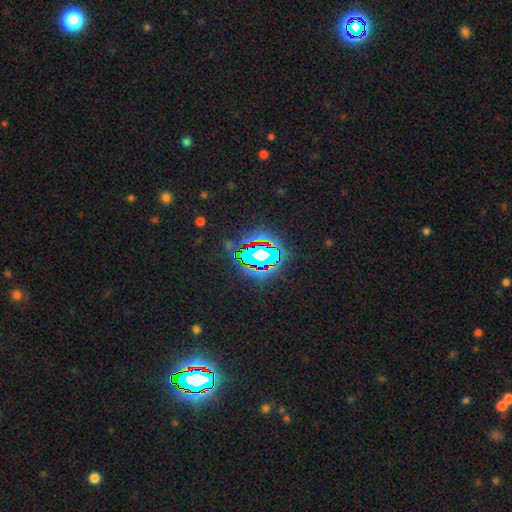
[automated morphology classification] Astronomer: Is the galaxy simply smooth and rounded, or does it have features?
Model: star or artifact — 76%.